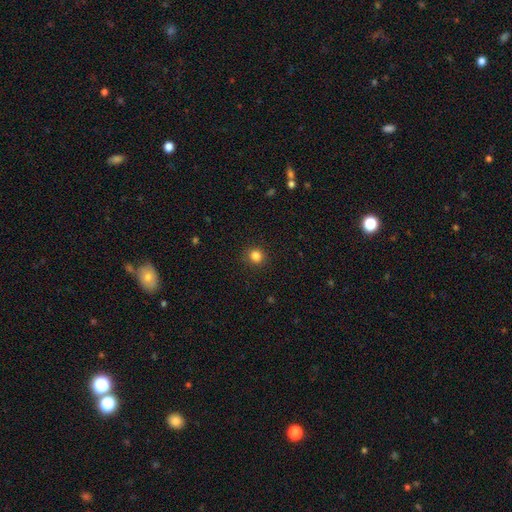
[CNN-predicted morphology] Smooth or featured? smooth (84%)
How rounded? round (88%)
Merging? none (90%)